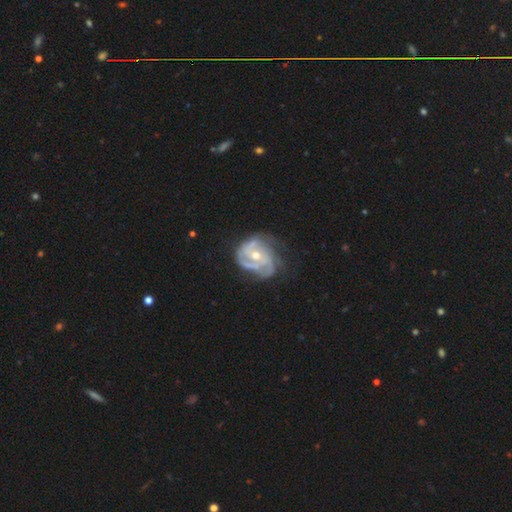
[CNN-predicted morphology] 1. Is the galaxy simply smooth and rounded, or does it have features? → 85% featured or disk, 9% smooth, 6% star or artifact.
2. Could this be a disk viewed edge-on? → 98% no, 2% yes.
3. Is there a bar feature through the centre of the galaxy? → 65% no, 28% weak, 7% strong.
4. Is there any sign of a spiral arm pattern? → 93% yes, 7% no.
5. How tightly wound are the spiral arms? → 48% tight, 39% medium, 12% loose.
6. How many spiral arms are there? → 39% 3, 21% can't tell, 19% 2, 12% 4, 5% 1, 5% more than 4.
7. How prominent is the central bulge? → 57% moderate, 39% small, 2% large, 1% none, 1% dominant.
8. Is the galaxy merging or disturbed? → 53% none, 26% minor disturbance, 19% major disturbance, 2% merger.